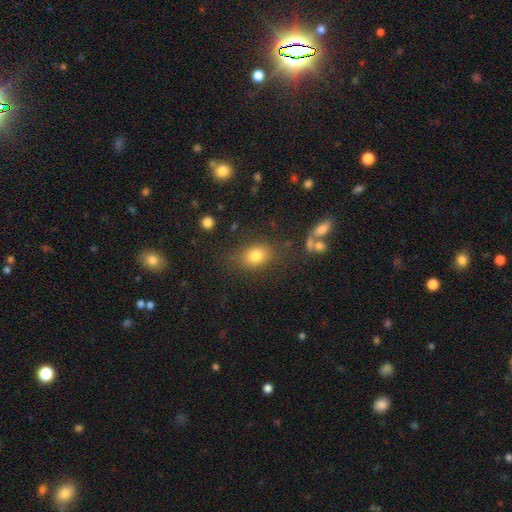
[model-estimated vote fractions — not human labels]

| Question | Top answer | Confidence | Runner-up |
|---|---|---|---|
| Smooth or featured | smooth | 79% | star or artifact (11%) |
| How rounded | in between | 68% | round (30%) |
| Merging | none | 77% | minor disturbance (14%) |